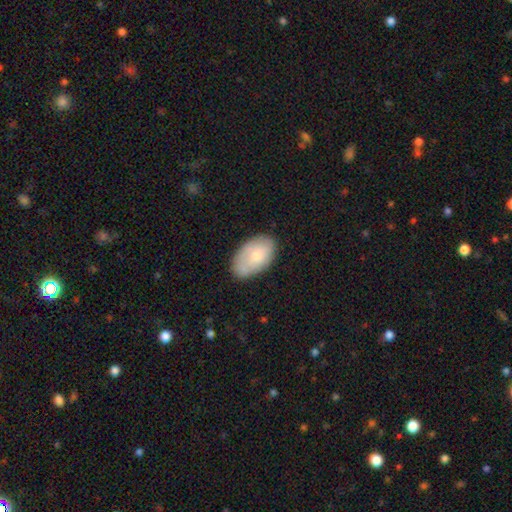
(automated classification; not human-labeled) Smooth or featured: smooth — 72% (featured or disk — 22%)
How rounded: in between — 93% (round — 5%)
Merging: none — 74% (minor disturbance — 20%)